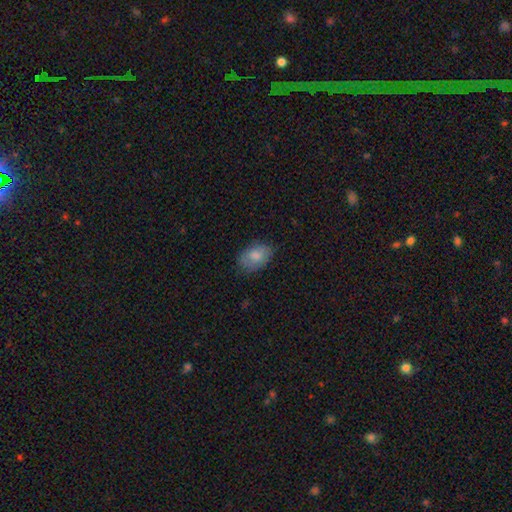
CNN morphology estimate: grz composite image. It shows a smooth galaxy with no disk features (78%) that is in between round and cigar-shaped (88%). Merging: none (74%).